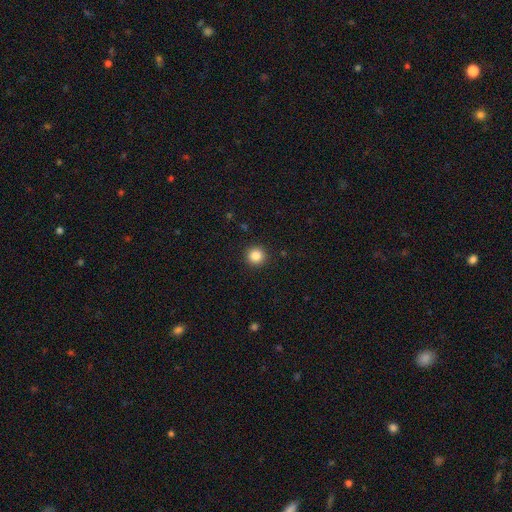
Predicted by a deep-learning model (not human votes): This is clearly a smooth galaxy (85%). How rounded: clearly round (95%). Merging: clearly none (92%).